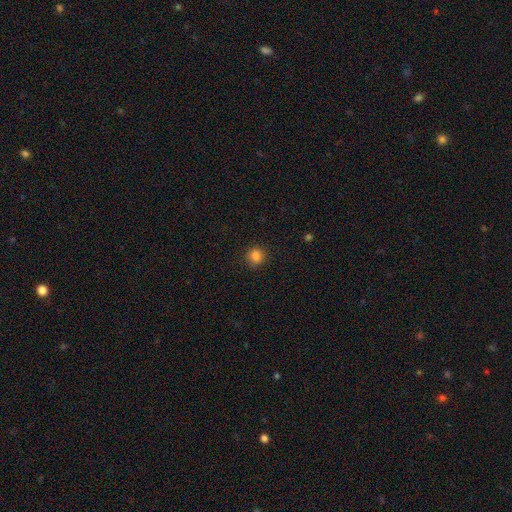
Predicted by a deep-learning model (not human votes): smooth 84%, star or artifact 12%, featured or disk 4%. Down the decision tree: how rounded — round (90%); merging — none (89%).